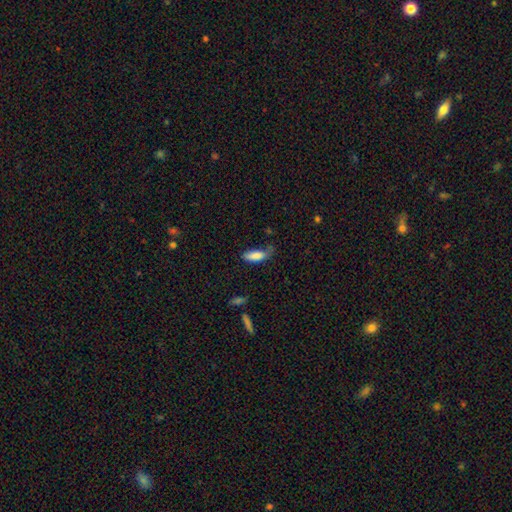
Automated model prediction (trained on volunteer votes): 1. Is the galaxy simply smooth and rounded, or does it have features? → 84% smooth, 9% featured or disk, 7% star or artifact.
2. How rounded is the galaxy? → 70% in between, 28% cigar-shaped, 2% round.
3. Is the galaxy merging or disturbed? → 44% none, 36% minor disturbance, 16% major disturbance, 3% merger.